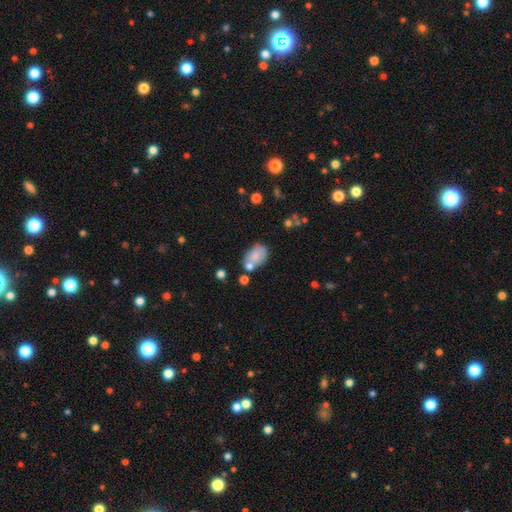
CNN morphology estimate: Smooth or featured? smooth (74%)
How rounded? in between (84%)
Merging? none (51%)